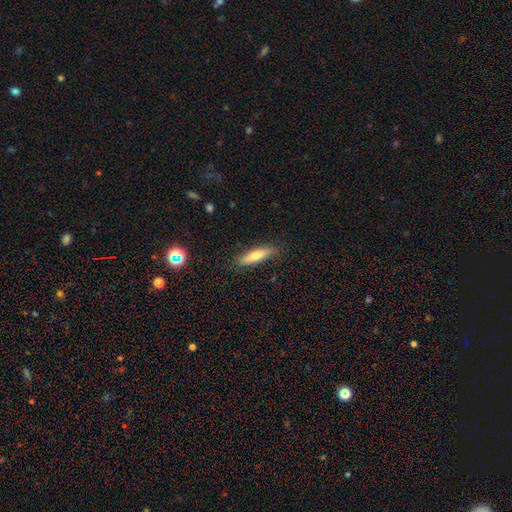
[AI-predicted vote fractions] Smooth or featured? Predicted: smooth (p=0.62). How rounded? Predicted: cigar-shaped (p=0.70). Merging? Predicted: none (p=0.86).